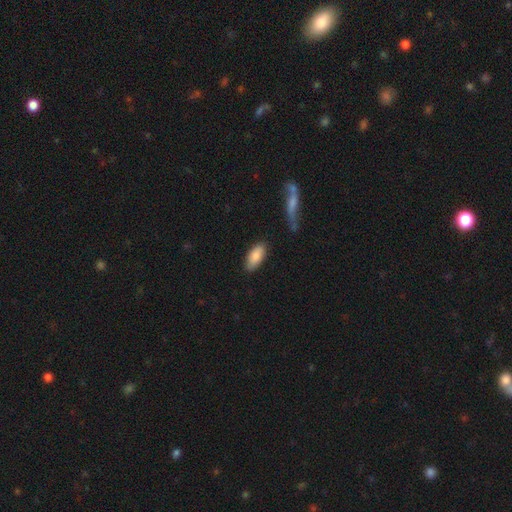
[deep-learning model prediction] smooth 85%, featured or disk 9%, star or artifact 6%. Down the decision tree: how rounded — in between (88%); merging — none (83%).